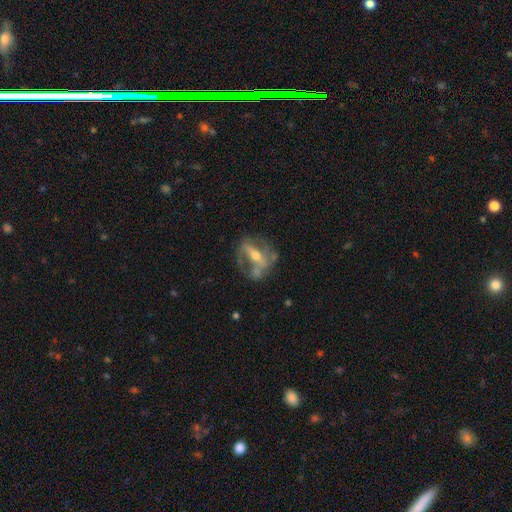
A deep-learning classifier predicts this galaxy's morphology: Smooth or featured? Predicted: featured or disk (p=0.77). Edge-on disk? Predicted: no (p=0.84). Bar? Predicted: strong (p=0.55). Spiral arms? Predicted: yes (p=0.55). Bulge size? Predicted: moderate (p=0.54). Merging? Predicted: none (p=0.56).